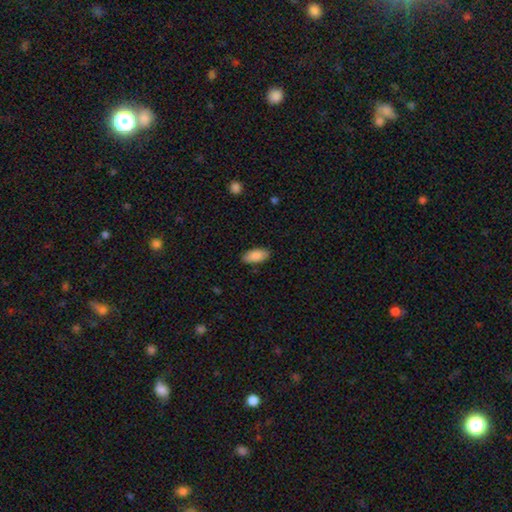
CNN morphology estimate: Overall: smooth (89%). How rounded: in between (91%). Merging: none (86%).